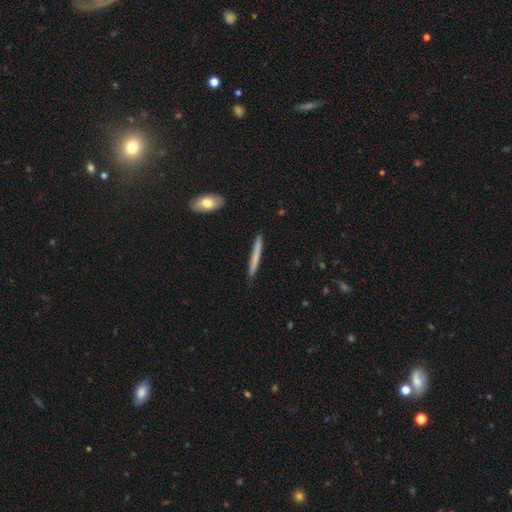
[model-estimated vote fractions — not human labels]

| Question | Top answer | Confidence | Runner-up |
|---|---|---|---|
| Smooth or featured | smooth | 67% | featured or disk (28%) |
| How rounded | cigar-shaped | 96% | in between (2%) |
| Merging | none | 88% | minor disturbance (9%) |